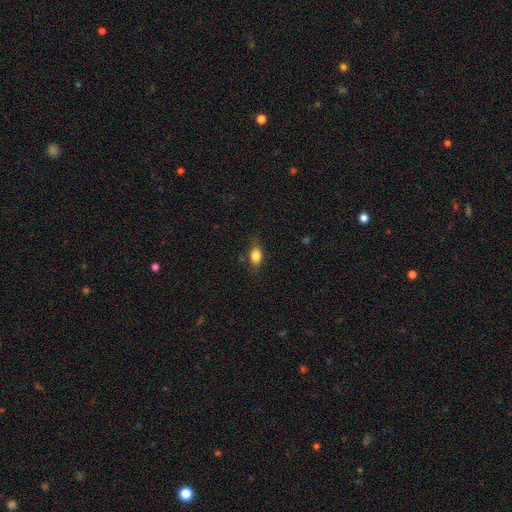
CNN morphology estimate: This is clearly a smooth galaxy (83%). How rounded: clearly in between (82%). Merging: likely none (78%).